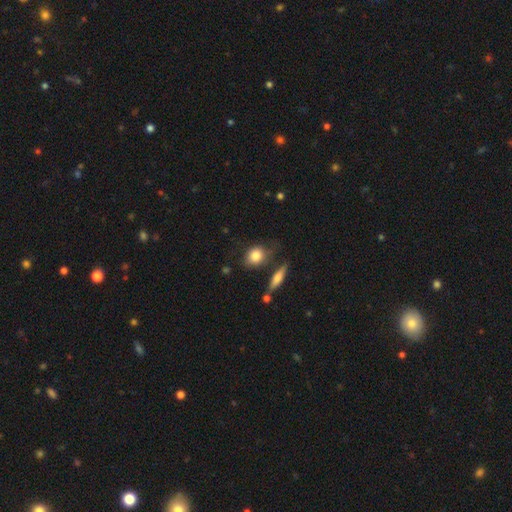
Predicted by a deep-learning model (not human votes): Smooth or featured? Predicted: smooth (p=0.83). How rounded? Predicted: round (p=0.53). Merging? Predicted: none (p=0.63).